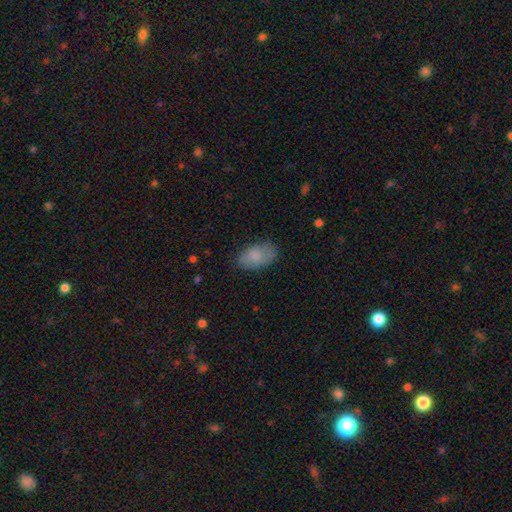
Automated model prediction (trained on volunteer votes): Morphology: type=smooth (83%); roundness=in between (93%); merging=none (78%).